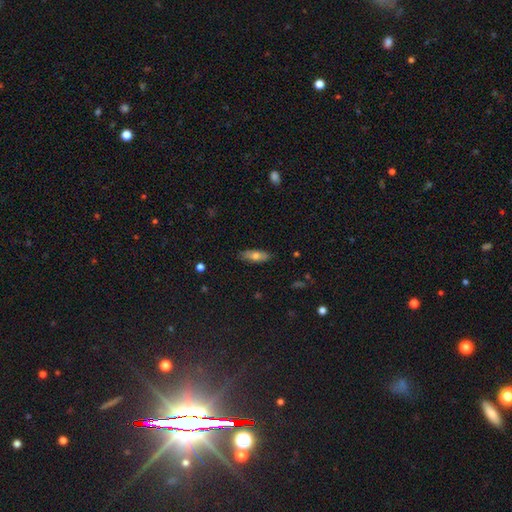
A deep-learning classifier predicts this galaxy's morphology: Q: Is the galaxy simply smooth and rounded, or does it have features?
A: smooth — 70%.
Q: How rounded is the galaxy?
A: in between — 62%.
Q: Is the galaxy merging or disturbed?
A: none — 86%.